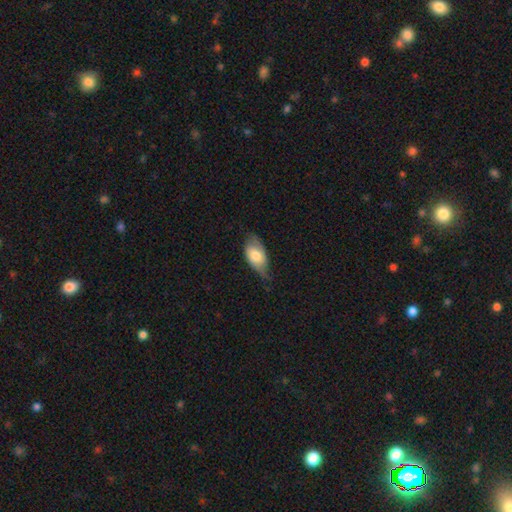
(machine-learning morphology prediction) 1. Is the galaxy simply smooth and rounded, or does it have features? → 64% smooth, 30% featured or disk, 6% star or artifact.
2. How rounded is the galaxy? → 91% in between, 5% round, 4% cigar-shaped.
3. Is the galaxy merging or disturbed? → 46% none, 41% minor disturbance, 12% major disturbance, 1% merger.